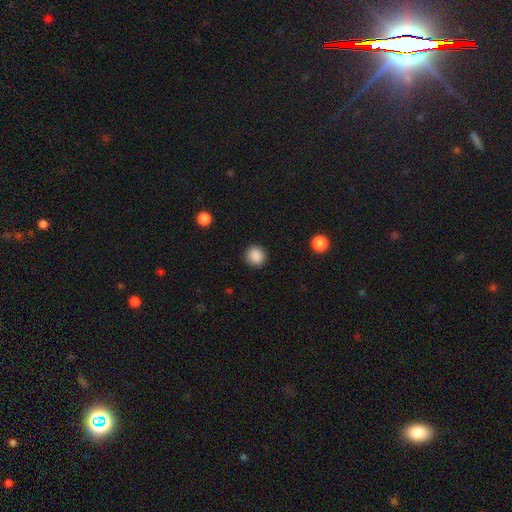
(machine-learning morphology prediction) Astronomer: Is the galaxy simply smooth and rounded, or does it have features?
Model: smooth — 88%.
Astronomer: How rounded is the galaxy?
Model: round — 90%.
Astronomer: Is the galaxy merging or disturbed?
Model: none — 90%.